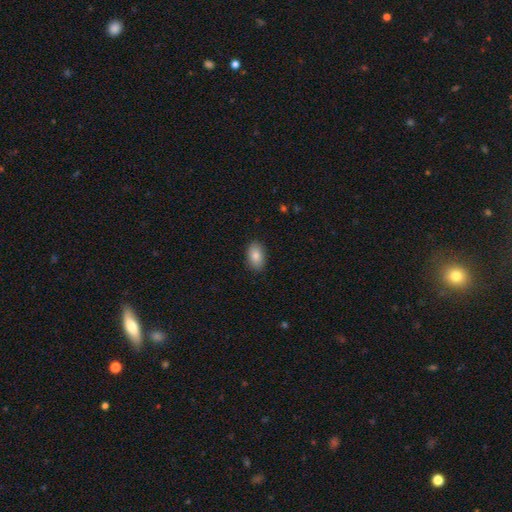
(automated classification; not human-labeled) Smooth or featured? smooth (84%)
How rounded? in between (91%)
Merging? none (88%)